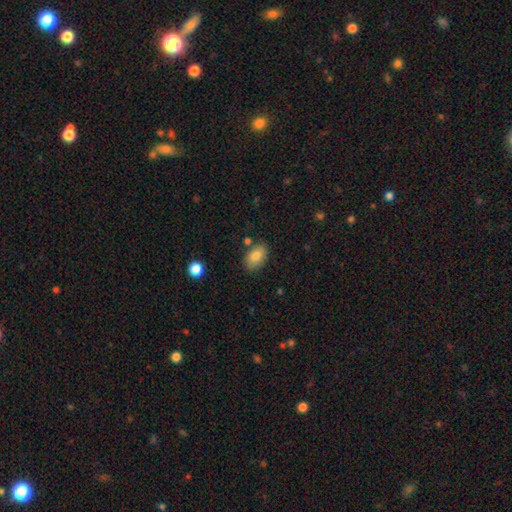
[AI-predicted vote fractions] Smooth or featured: smooth — 84% (featured or disk — 9%)
How rounded: in between — 89% (round — 9%)
Merging: none — 79% (minor disturbance — 14%)